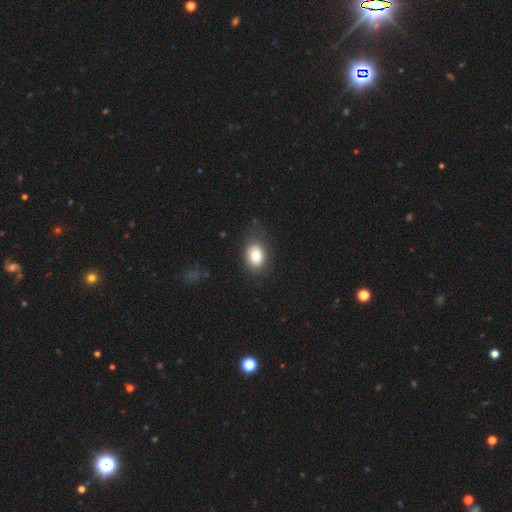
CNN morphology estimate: smooth 79%, featured or disk 12%, star or artifact 9%. Down the decision tree: how rounded — in between (74%); merging — none (77%).